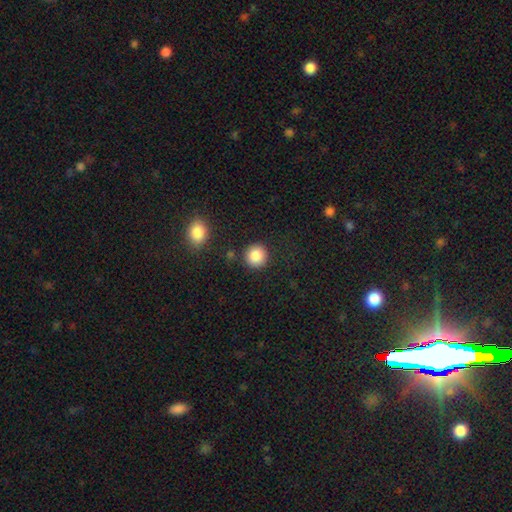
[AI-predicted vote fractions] A smooth galaxy with no disk features (87%) that is round (93%). Merging: none (87%).